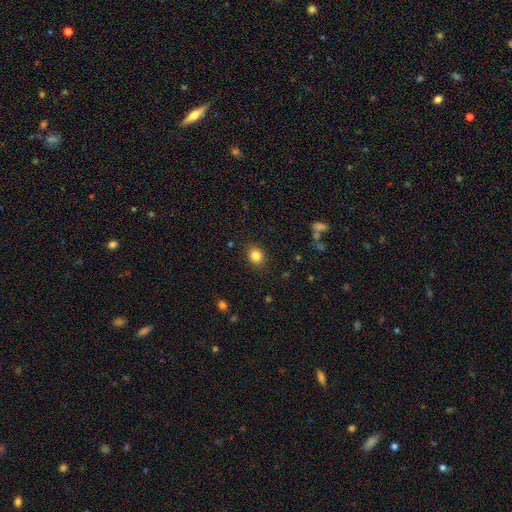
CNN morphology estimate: Smooth or featured? Predicted: smooth (p=0.85). How rounded? Predicted: round (p=0.61). Merging? Predicted: none (p=0.87).